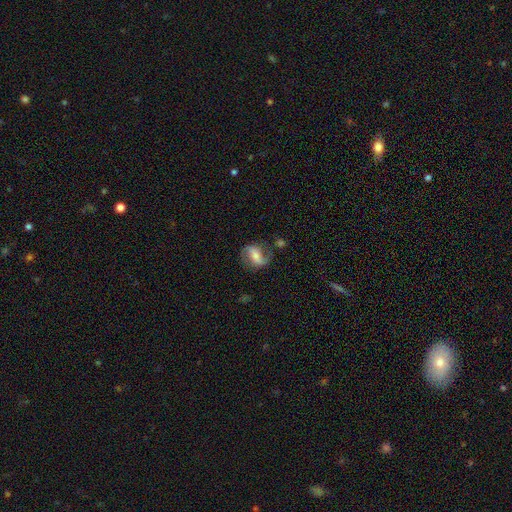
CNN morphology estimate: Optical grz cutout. It shows a featured or disk galaxy (66%) with a strong bar (42%), 2 (86%) loose (43%) spiral arms (87%) and a moderate central bulge (47%). Merging: none (64%).